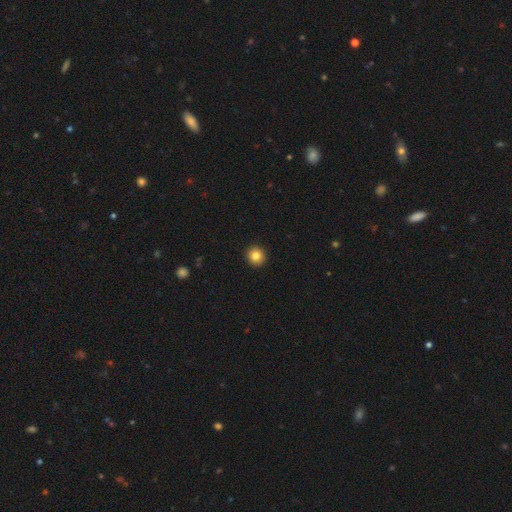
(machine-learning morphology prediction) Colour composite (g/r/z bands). It shows a smooth galaxy with no disk features (84%) that is round (92%). Merging: none (93%).